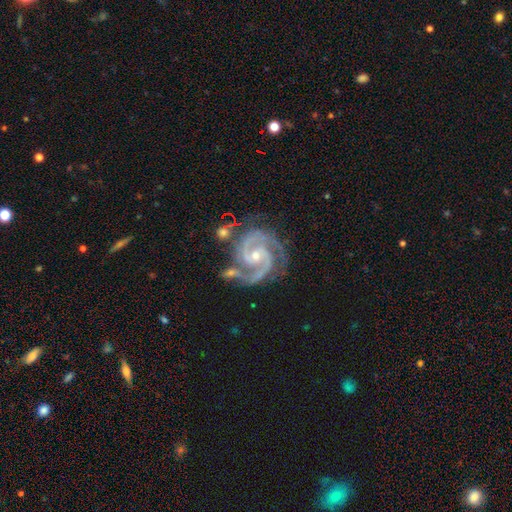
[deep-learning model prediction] Smooth or featured? Predicted: featured or disk (p=0.94). Edge-on disk? Predicted: no (p=0.98). Bar? Predicted: no (p=0.51). Spiral arms? Predicted: yes (p=0.99). Spiral winding? Predicted: tight (p=0.53). Spiral arm count? Predicted: 2 (p=0.75). Bulge size? Predicted: small (p=0.64). Merging? Predicted: none (p=0.62).